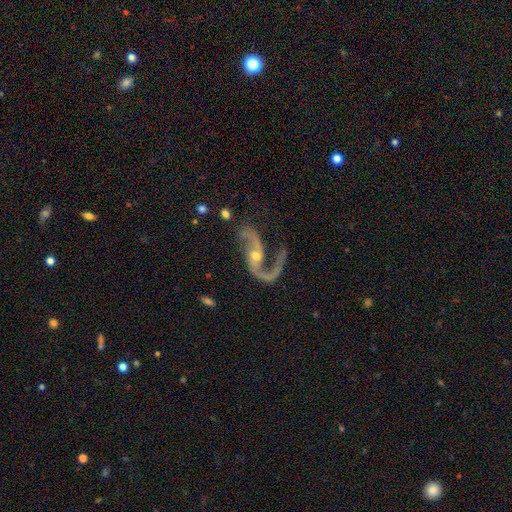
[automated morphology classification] Q: Smooth or featured?
A: featured or disk (91%); runner-up: star or artifact (6%)
Q: Edge-on disk?
A: no (96%); runner-up: yes (4%)
Q: Bar?
A: no (47%); runner-up: weak (32%)
Q: Spiral arms?
A: yes (97%); runner-up: no (3%)
Q: Spiral winding?
A: loose (53%); runner-up: medium (38%)
Q: Spiral arm count?
A: 2 (88%); runner-up: 1 (8%)
Q: Bulge size?
A: small (50%); runner-up: moderate (43%)
Q: Merging?
A: none (60%); runner-up: major disturbance (19%)